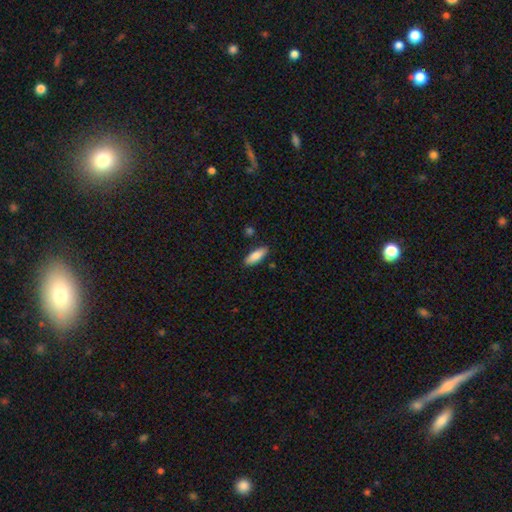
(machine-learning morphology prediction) Smooth or featured: smooth — 84% (featured or disk — 10%)
How rounded: in between — 69% (cigar-shaped — 29%)
Merging: none — 86% (minor disturbance — 10%)